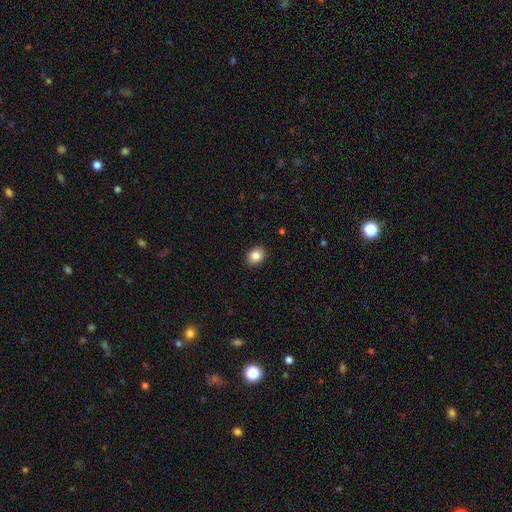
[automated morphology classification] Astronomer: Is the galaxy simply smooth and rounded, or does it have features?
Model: smooth — 86%.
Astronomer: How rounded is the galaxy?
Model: round — 50% (runner-up: in between, 49%).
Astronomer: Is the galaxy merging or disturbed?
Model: none — 91%.